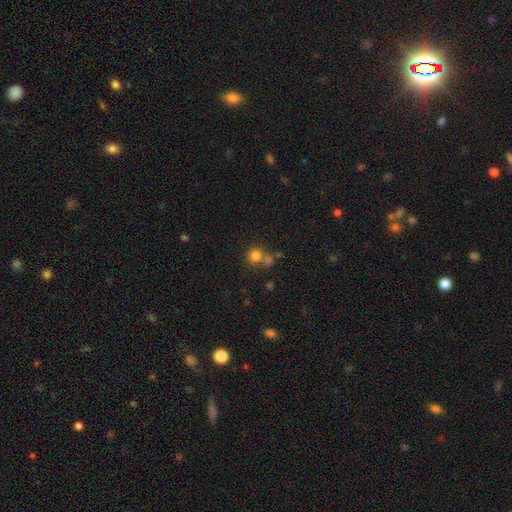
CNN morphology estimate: smooth 78%, star or artifact 15%, featured or disk 8%. Down the decision tree: how rounded — round (89%); merging — none (56%).